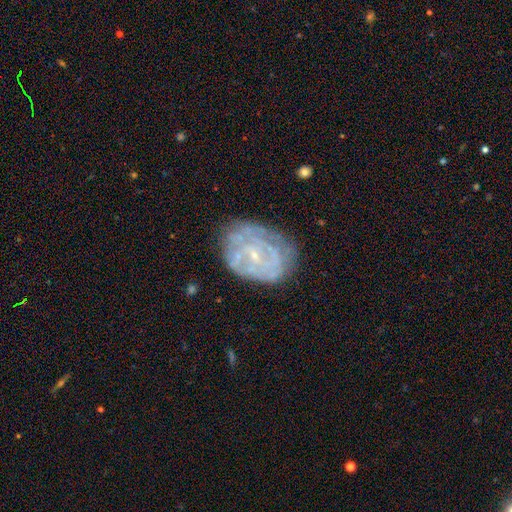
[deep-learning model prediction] smooth_or_featured: featured or disk (p=0.72) [alt: smooth p=0.19]
disk_edge_on: no (p=0.97) [alt: yes p=0.03]
bar: no (p=0.68) [alt: weak p=0.26]
has_spiral_arms: yes (p=0.67) [alt: no p=0.33]
bulge_size: small (p=0.77) [alt: moderate p=0.15]
merging: none (p=0.66) [alt: minor disturbance p=0.22]